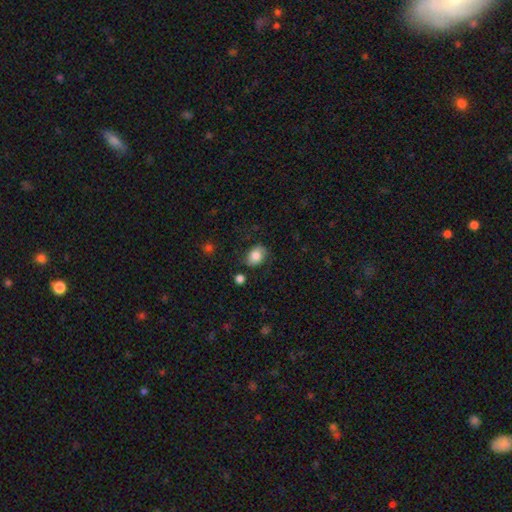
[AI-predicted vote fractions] Overall: smooth (81%). How rounded: in between (71%). Merging: none (75%).